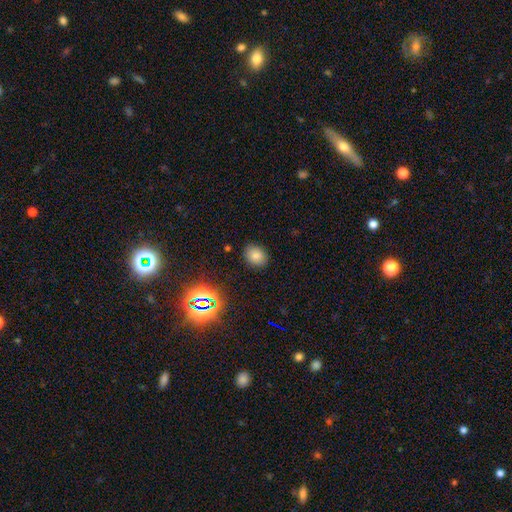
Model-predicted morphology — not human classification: Overall: smooth (77%). How rounded: in between (62%; round 37%). Merging: none (87%).